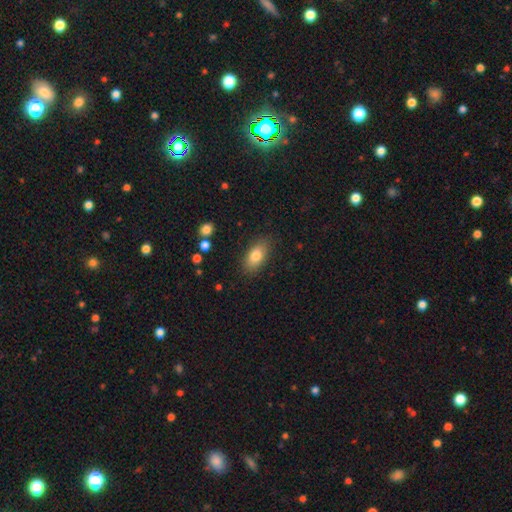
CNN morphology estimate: A smooth galaxy with no disk features (81%) that is in between round and cigar-shaped (88%).

Vote fractions:
- Smooth or featured? smooth: 81% / featured or disk: 11% / star or artifact: 8%
- How rounded? in between: 88% / cigar-shaped: 6% / round: 6%
- Merging? none: 84% / minor disturbance: 11% / major disturbance: 3% / merger: 1%